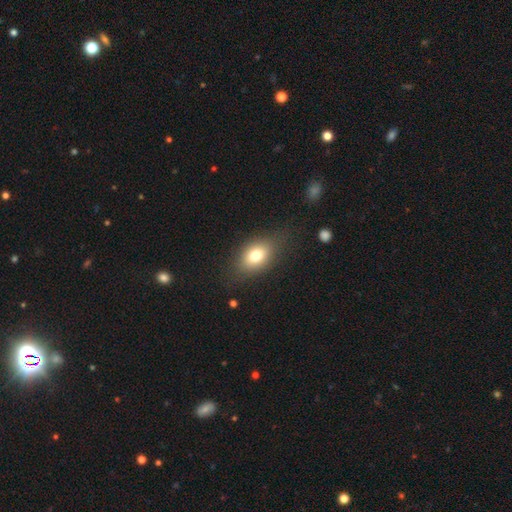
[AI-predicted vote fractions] smooth-or-featured: smooth: 75% | featured or disk: 15% | star or artifact: 10%
  how-rounded: in between: 78% | round: 19% | cigar-shaped: 3%
  merging: none: 74% | minor disturbance: 17% | major disturbance: 7% | merger: 2%